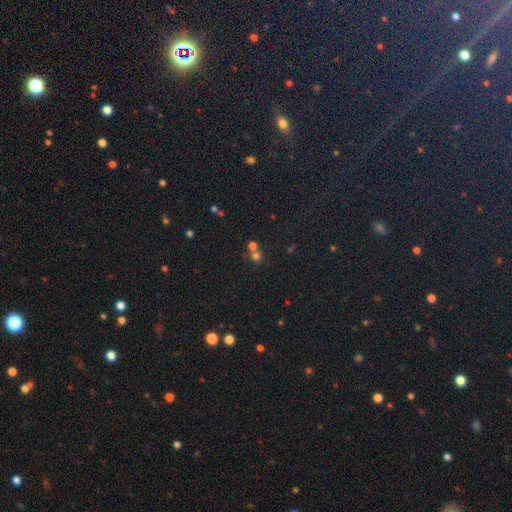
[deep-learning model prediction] A smooth galaxy with no disk features (65%) that is round (88%). Merging: none (55%).